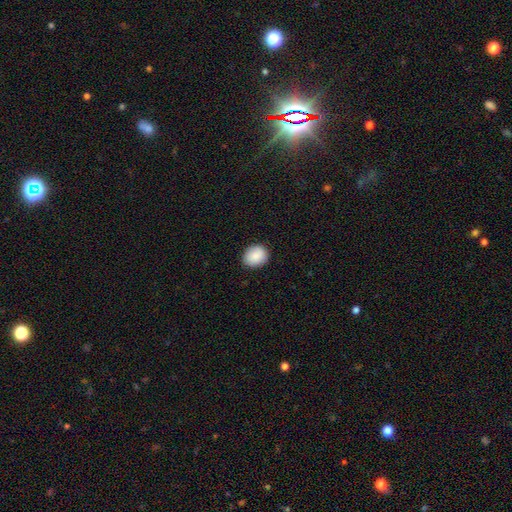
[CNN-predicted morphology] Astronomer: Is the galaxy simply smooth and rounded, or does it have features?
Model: smooth — 89%.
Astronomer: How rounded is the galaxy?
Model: round — 63%.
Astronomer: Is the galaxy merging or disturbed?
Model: none — 88%.